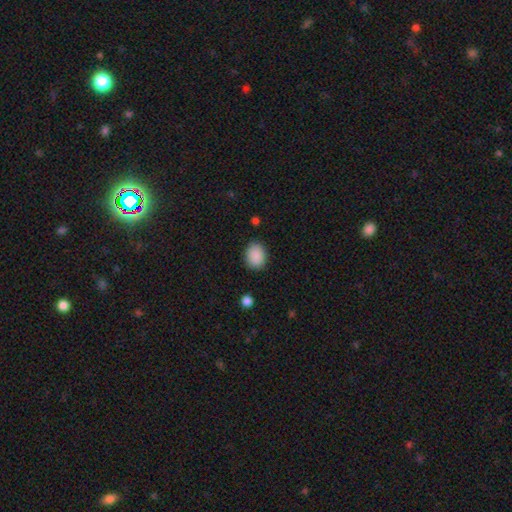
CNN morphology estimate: A smooth galaxy with no disk features (89%) that is in between round and cigar-shaped (60%).

Vote fractions:
- Smooth or featured? smooth: 89% / star or artifact: 8% / featured or disk: 3%
- How rounded? in between: 60% / round: 39% / cigar-shaped: 1%
- Merging? none: 86% / minor disturbance: 10% / major disturbance: 3% / merger: 1%